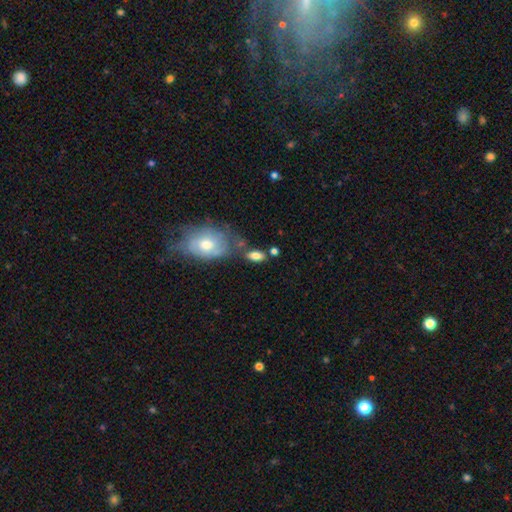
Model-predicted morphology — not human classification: This is likely a smooth galaxy (76%). How rounded: clearly in between (86%). Merging: possibly none (56%).